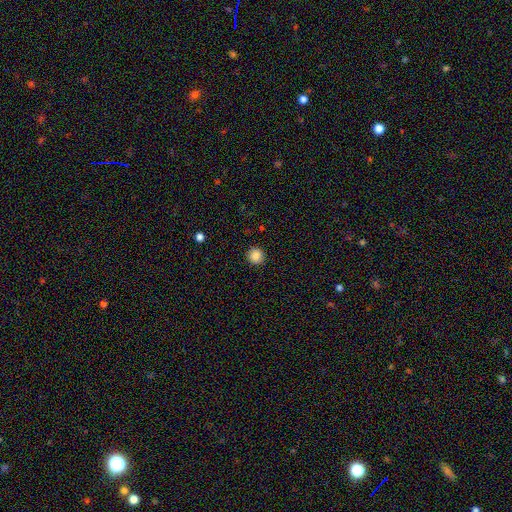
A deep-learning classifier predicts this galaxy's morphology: Smooth or featured: smooth — 87% (star or artifact — 10%)
How rounded: round — 94% (in between — 5%)
Merging: none — 92% (minor disturbance — 5%)